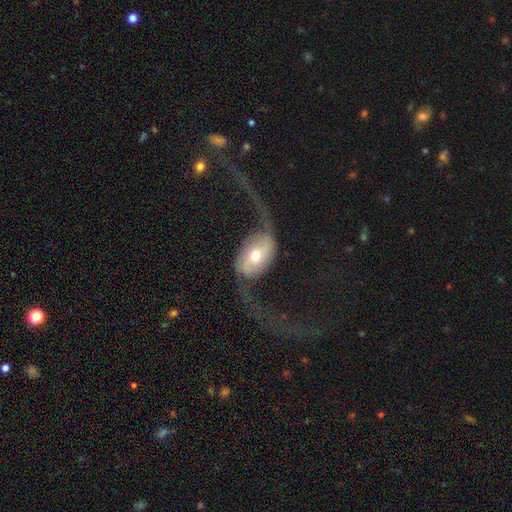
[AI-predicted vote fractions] This is likely a featured or disk galaxy (70%). It is clearly not viewed edge-on (92%). Bar: marginally no (40%). Spiral arm pattern: clearly yes (81%). Spiral arm count: clearly 2 (90%). Spiral winding: clearly loose (90%). Central bulge: likely moderate (71%). Merging: marginally major disturbance (43%).